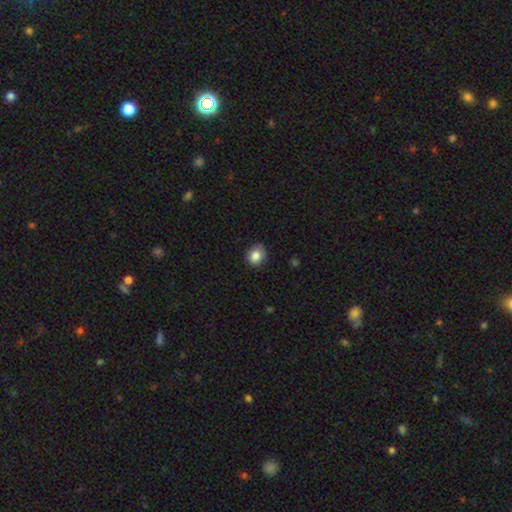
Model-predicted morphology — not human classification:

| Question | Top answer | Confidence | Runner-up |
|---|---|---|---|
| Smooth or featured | smooth | 83% | star or artifact (9%) |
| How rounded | round | 69% | in between (30%) |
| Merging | none | 77% | minor disturbance (19%) |